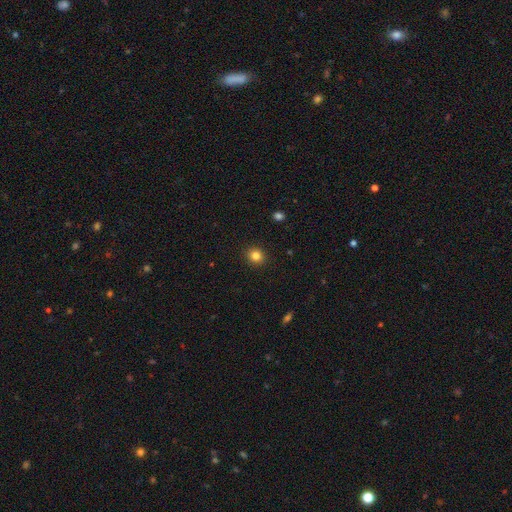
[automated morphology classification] This appears to be a smooth galaxy with no disk features (83%) that is round (83%). Merging: none (92%).